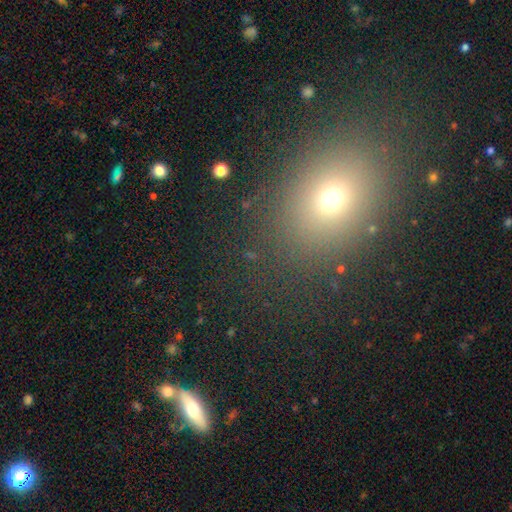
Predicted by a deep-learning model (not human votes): A smooth galaxy with no disk features (60%) that is round (52%).

Vote fractions:
- Smooth or featured? smooth: 60% / star or artifact: 29% / featured or disk: 12%
- How rounded? round: 52% / in between: 45% / cigar-shaped: 3%
- Merging? none: 84% / minor disturbance: 8% / major disturbance: 4% / merger: 3%